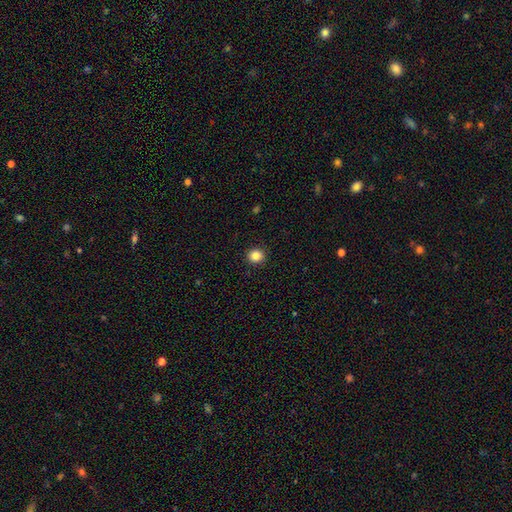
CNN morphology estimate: This appears to be a smooth galaxy with no disk features (85%) that is round (88%). Merging: none (92%).